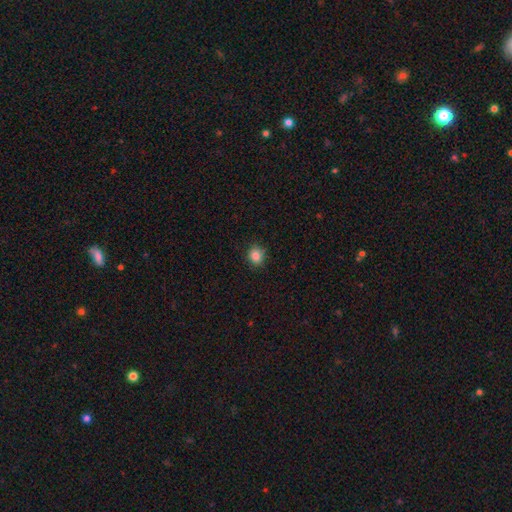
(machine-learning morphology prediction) smooth 85%, star or artifact 11%, featured or disk 4%. Down the decision tree: how rounded — round (75%); merging — none (84%).